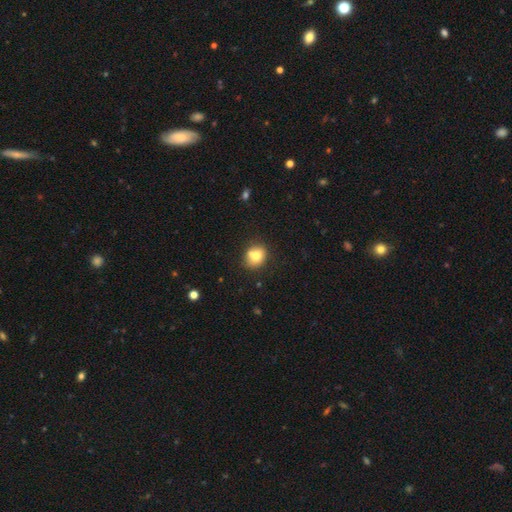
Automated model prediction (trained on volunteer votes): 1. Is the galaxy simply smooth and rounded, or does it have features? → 72% smooth, 17% featured or disk, 10% star or artifact.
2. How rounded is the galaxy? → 65% round, 34% in between, 1% cigar-shaped.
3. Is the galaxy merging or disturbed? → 62% none, 19% merger, 15% minor disturbance, 4% major disturbance.